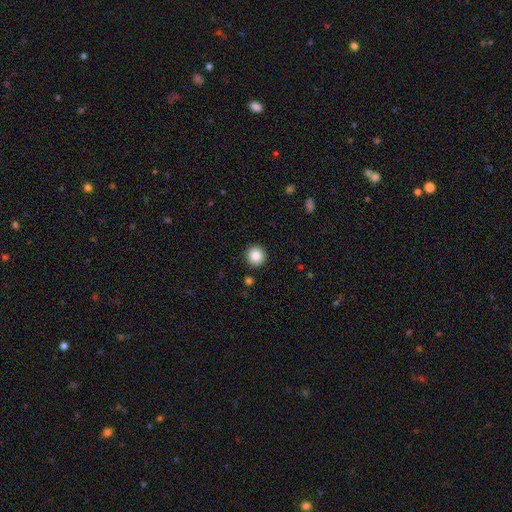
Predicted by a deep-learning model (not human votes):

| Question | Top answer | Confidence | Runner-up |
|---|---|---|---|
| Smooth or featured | smooth | 86% | star or artifact (9%) |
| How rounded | round | 95% | in between (4%) |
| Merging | none | 92% | minor disturbance (5%) |